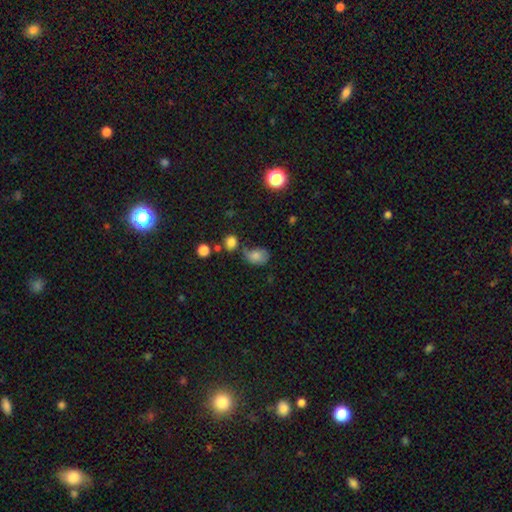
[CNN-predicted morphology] Smooth or featured? smooth (75%)
How rounded? in between (71%)
Merging? none (44%)